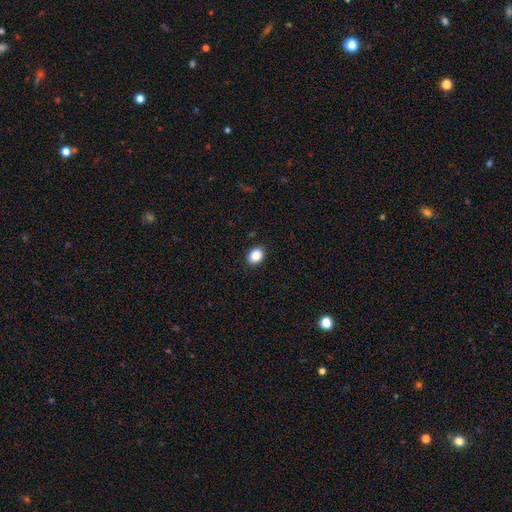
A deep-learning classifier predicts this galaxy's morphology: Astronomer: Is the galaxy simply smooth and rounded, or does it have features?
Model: smooth — 88%.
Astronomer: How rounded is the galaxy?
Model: in between — 59% (runner-up: round, 40%).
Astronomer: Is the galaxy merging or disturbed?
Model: none — 90%.